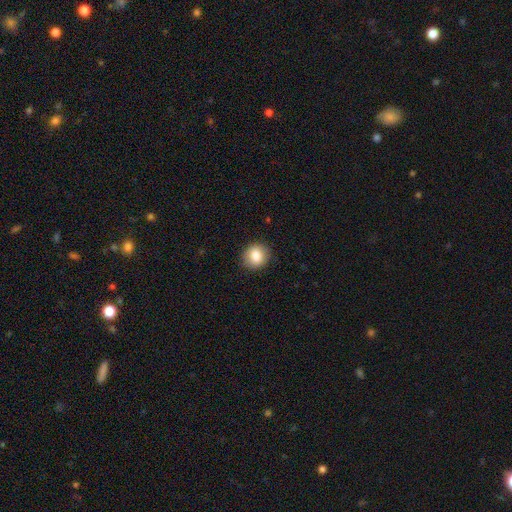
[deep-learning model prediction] Smooth or featured? Predicted: smooth (p=0.83). How rounded? Predicted: round (p=0.79). Merging? Predicted: none (p=0.90).